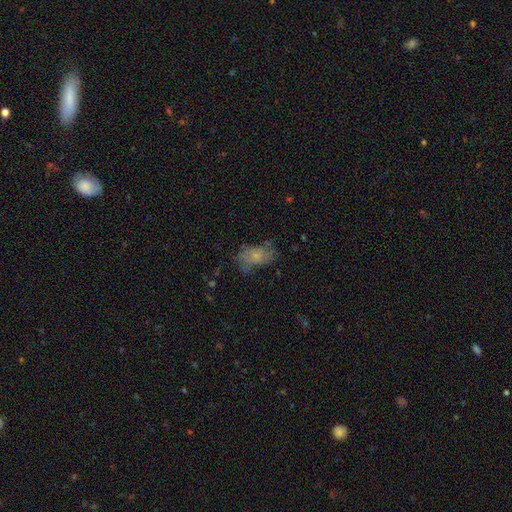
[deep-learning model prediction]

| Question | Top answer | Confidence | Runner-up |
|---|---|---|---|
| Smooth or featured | smooth | 66% | featured or disk (24%) |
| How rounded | in between | 87% | round (10%) |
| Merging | none | 49% | minor disturbance (30%) |